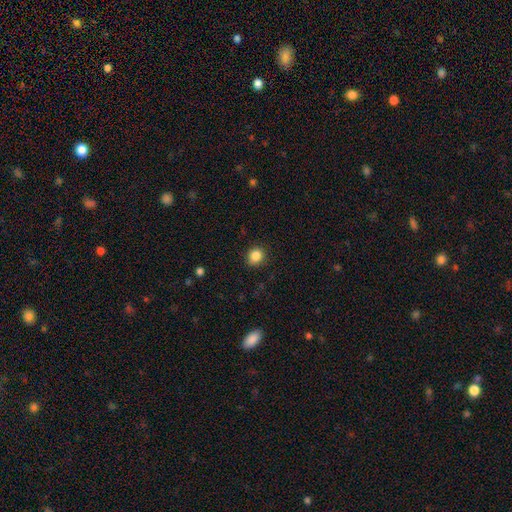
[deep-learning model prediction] Smooth or featured? smooth (86%)
How rounded? round (76%)
Merging? none (87%)